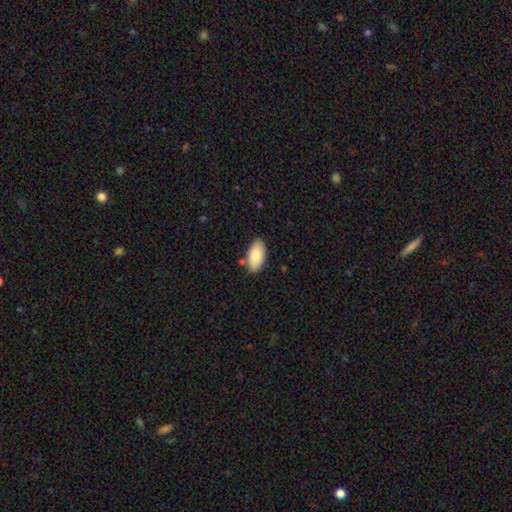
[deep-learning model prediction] This appears to be a smooth galaxy with no disk features (85%) that is in between round and cigar-shaped (94%). Merging: none (81%).